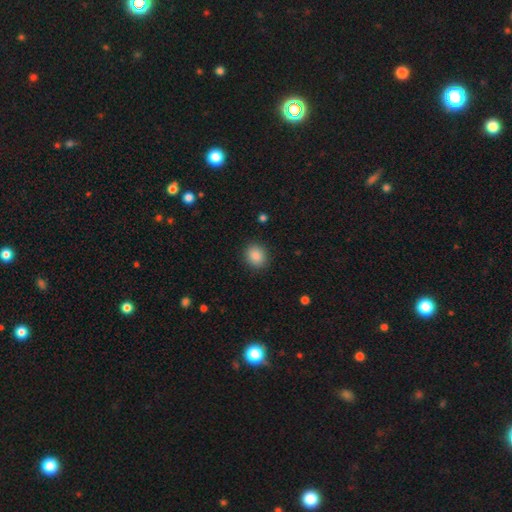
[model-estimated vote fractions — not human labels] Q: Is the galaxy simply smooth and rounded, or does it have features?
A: smooth — 88%.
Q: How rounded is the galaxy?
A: round — 73%.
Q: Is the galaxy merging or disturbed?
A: none — 90%.